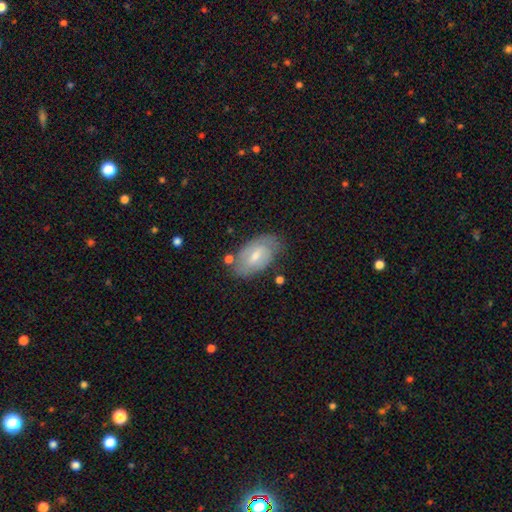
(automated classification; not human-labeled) Q: Smooth or featured?
A: featured or disk (50%); runner-up: smooth (43%)
Q: Edge-on disk?
A: no (92%); runner-up: yes (8%)
Q: Merging?
A: none (69%); runner-up: minor disturbance (21%)